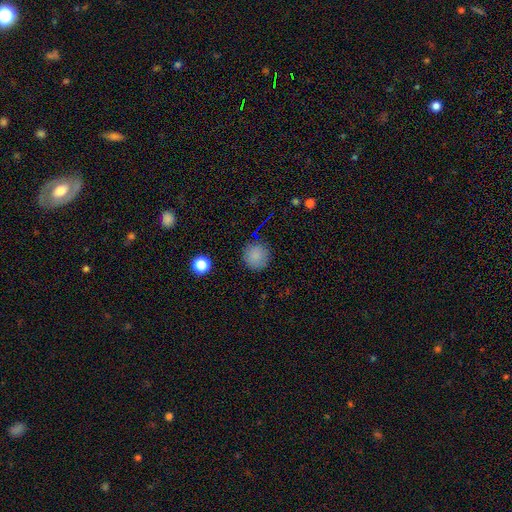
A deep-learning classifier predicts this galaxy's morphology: smooth_or_featured: smooth (p=0.84) [alt: star or artifact p=0.11]
how_rounded: round (p=0.94) [alt: in between p=0.05]
merging: none (p=0.87) [alt: minor disturbance p=0.09]